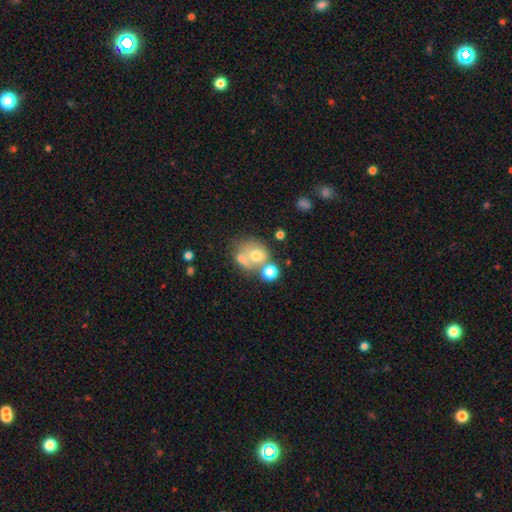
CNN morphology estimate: This appears to be a smooth galaxy with no disk features (63%) that is round (64%). Merging: merger (46%).